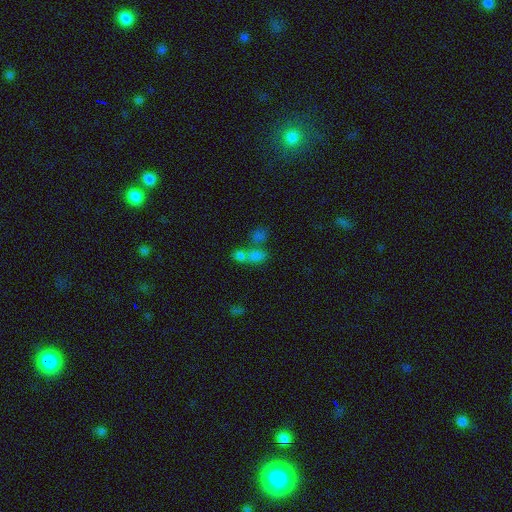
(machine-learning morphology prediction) Overall: smooth (72%). How rounded: in between (71%). Merging: merger (58%; none 29%).